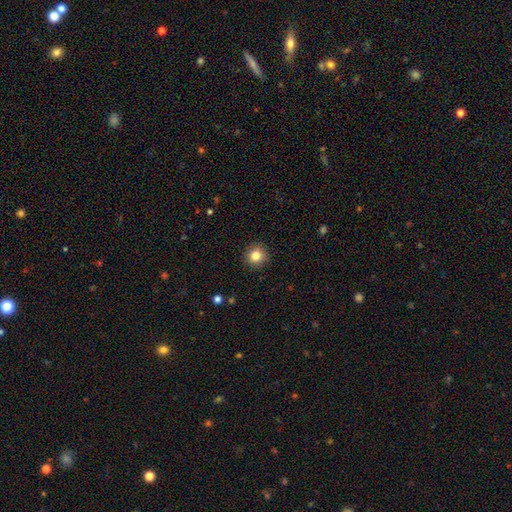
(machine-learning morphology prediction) smooth-or-featured: smooth: 83% | star or artifact: 11% | featured or disk: 6%
  how-rounded: round: 93% | in between: 6% | cigar-shaped: 1%
  merging: none: 90% | minor disturbance: 7% | major disturbance: 2% | merger: 1%